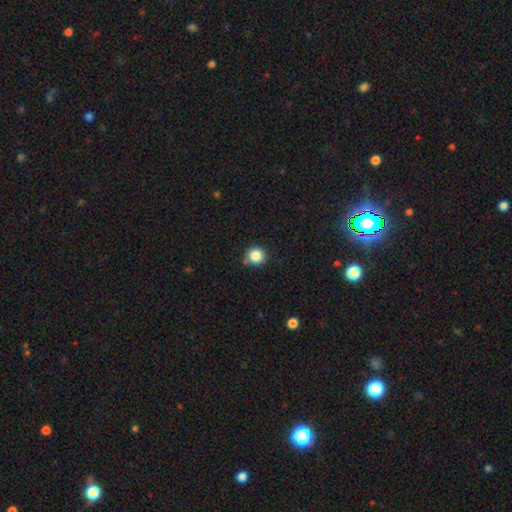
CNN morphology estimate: smooth_or_featured: smooth (p=0.85) [alt: star or artifact p=0.11]
how_rounded: round (p=0.92) [alt: in between p=0.07]
merging: none (p=0.86) [alt: minor disturbance p=0.09]